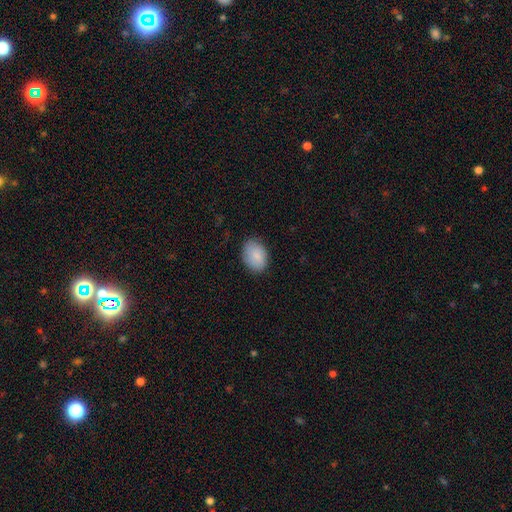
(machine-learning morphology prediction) smooth-or-featured: smooth: 84% | featured or disk: 9% | star or artifact: 7%
  how-rounded: in between: 79% | round: 20% | cigar-shaped: 1%
  merging: none: 80% | minor disturbance: 16% | major disturbance: 3% | merger: 1%